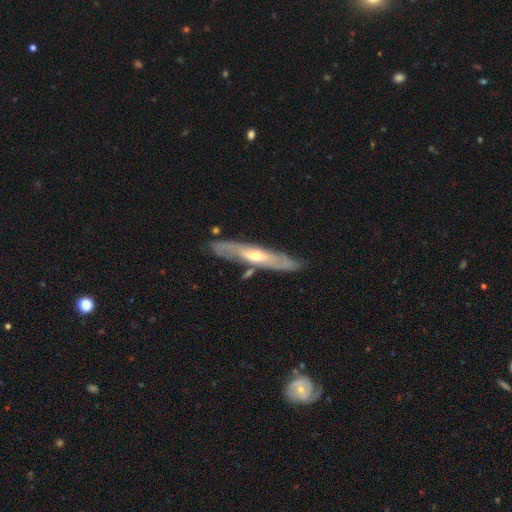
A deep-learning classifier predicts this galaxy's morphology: Smooth or featured? Predicted: featured or disk (p=0.74). Edge-on disk? Predicted: yes (p=0.59). Merging? Predicted: none (p=0.81).